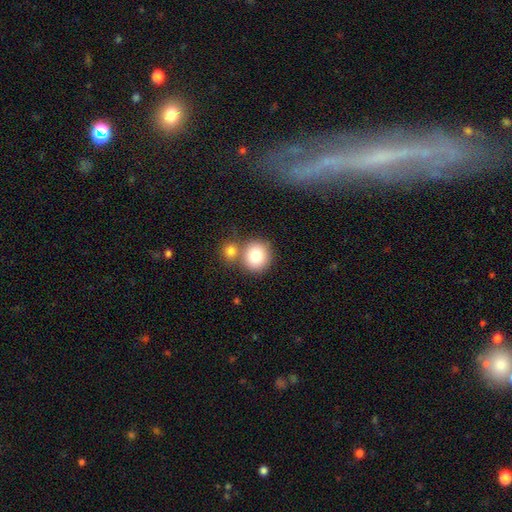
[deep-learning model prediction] A smooth galaxy with no disk features (84%) that is round (84%). Merging: none (55%).